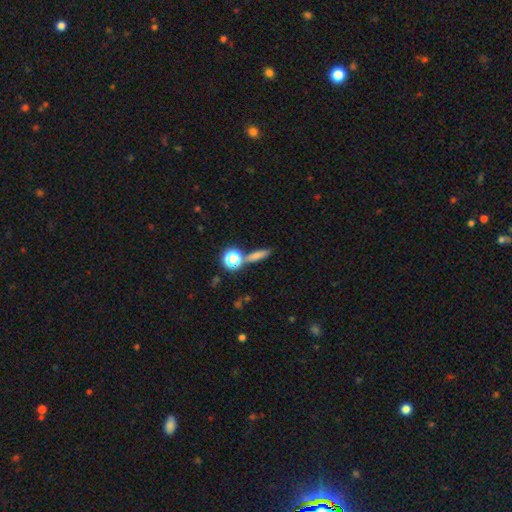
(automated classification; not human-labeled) This is possibly a smooth galaxy (58%). How rounded: possibly cigar-shaped (49%). Merging: likely none (72%).